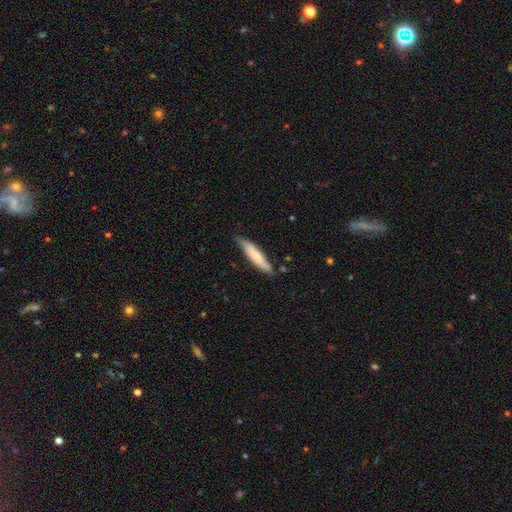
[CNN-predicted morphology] Smooth or featured?
  - smooth: 69% *
  - featured or disk: 26%
  - star or artifact: 5%
How rounded?
  - cigar-shaped: 81% *
  - in between: 18%
  - round: 1%
Merging?
  - none: 75% *
  - minor disturbance: 21%
  - major disturbance: 3%
  - merger: 2%